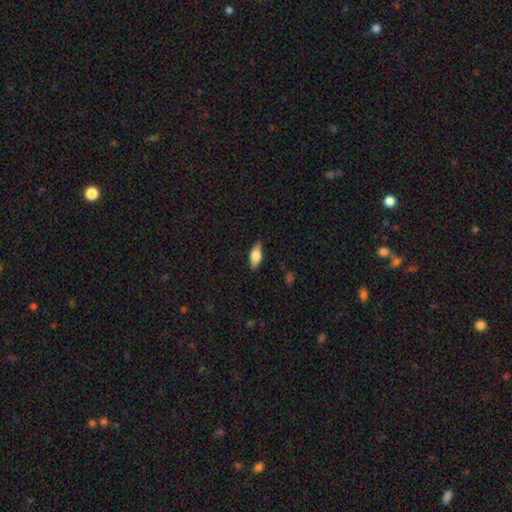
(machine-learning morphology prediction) Smooth or featured: smooth — 67% (featured or disk — 26%)
How rounded: in between — 78% (cigar-shaped — 19%)
Merging: none — 82% (minor disturbance — 14%)